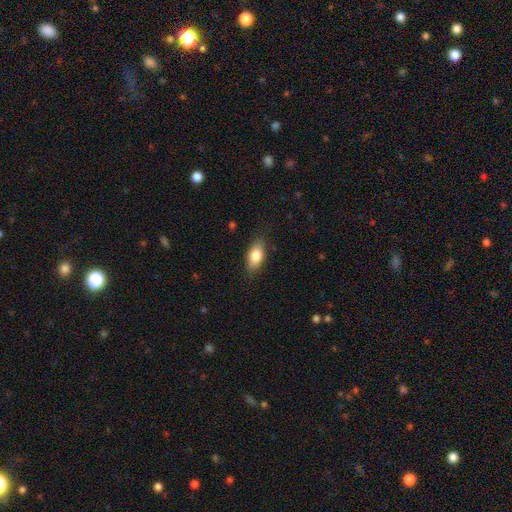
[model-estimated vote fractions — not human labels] The model was most divided on "merging": none: 83%, minor disturbance: 13%, major disturbance: 3%, merger: 1%. More confident: how rounded — in between (87%); smooth or featured — smooth (82%).